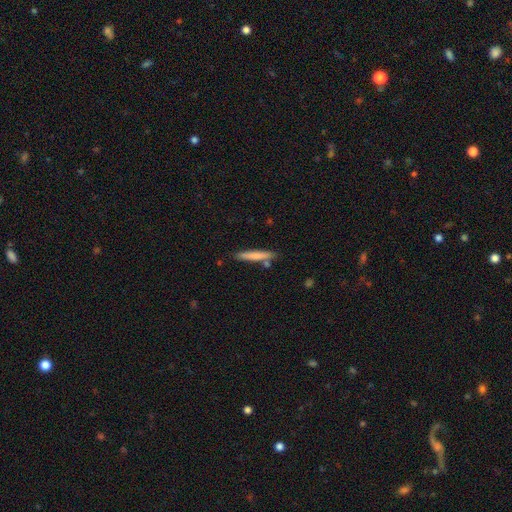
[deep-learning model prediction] Smooth or featured?
  - smooth: 71% *
  - featured or disk: 23%
  - star or artifact: 6%
How rounded?
  - cigar-shaped: 94% *
  - in between: 5%
  - round: 1%
Merging?
  - none: 81% *
  - minor disturbance: 11%
  - merger: 6%
  - major disturbance: 2%